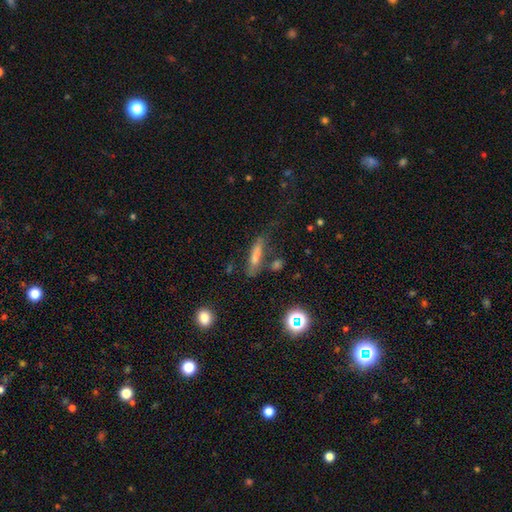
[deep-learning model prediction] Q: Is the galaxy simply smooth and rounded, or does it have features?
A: smooth — 55%.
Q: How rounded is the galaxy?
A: cigar-shaped — 73%.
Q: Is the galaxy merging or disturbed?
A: none — 60%.